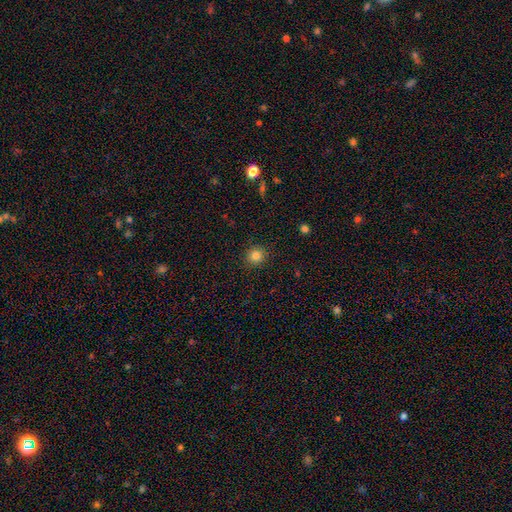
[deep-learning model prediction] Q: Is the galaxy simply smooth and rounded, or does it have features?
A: smooth — 82%.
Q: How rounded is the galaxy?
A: round — 89%.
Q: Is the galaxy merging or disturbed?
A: none — 91%.